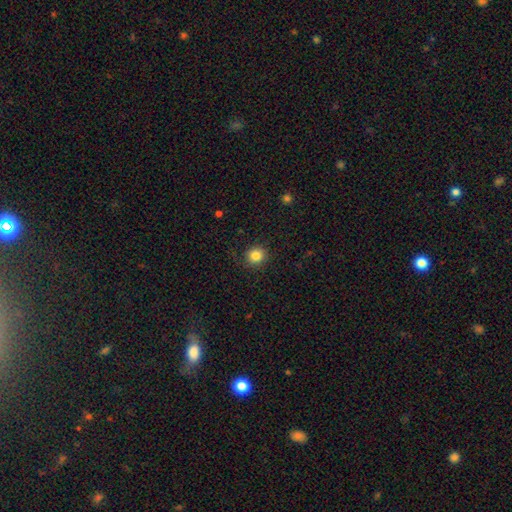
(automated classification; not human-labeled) Smooth or featured: smooth — 85% (star or artifact — 11%)
How rounded: round — 88% (in between — 11%)
Merging: none — 87% (minor disturbance — 9%)